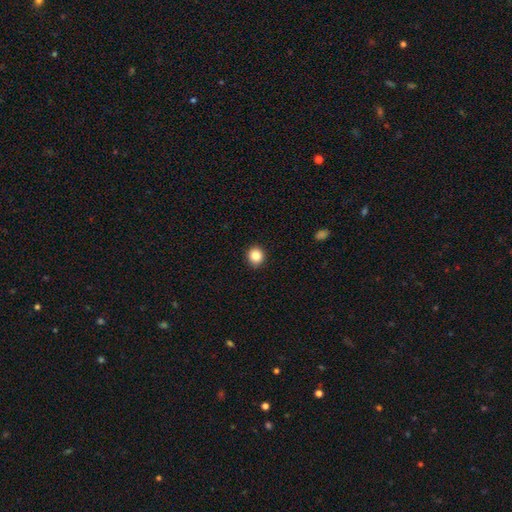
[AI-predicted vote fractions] This appears to be a smooth galaxy with no disk features (86%) that is round (90%). Merging: none (92%).